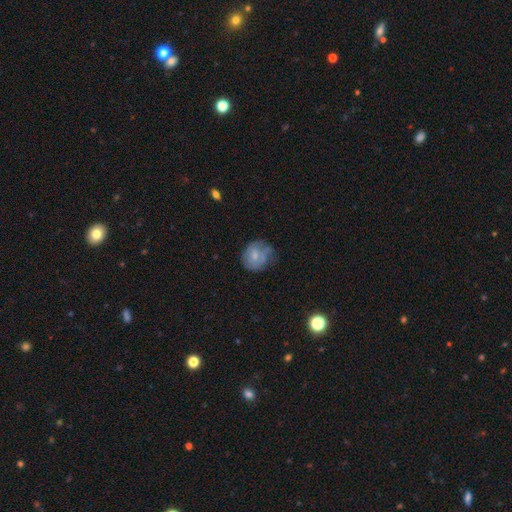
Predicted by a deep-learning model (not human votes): This appears to be a smooth galaxy with no disk features (63%) that is round (69%). Merging: none (50%).